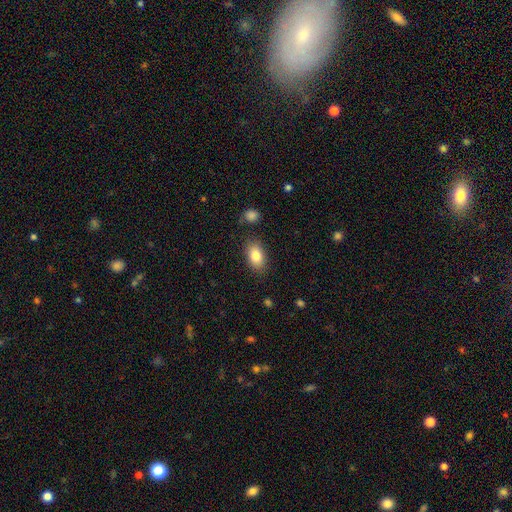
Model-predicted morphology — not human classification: This is clearly a smooth galaxy (83%). How rounded: clearly in between (90%). Merging: clearly none (83%).